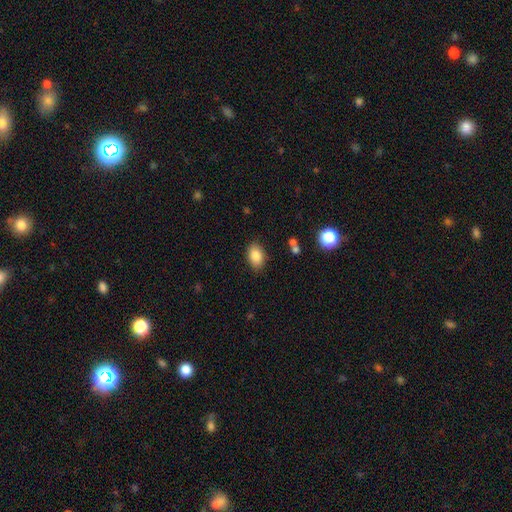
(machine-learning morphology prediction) The model was most divided on "how rounded": in between: 86%, round: 13%, cigar-shaped: 1%. More confident: smooth or featured — smooth (85%); merging — none (85%).